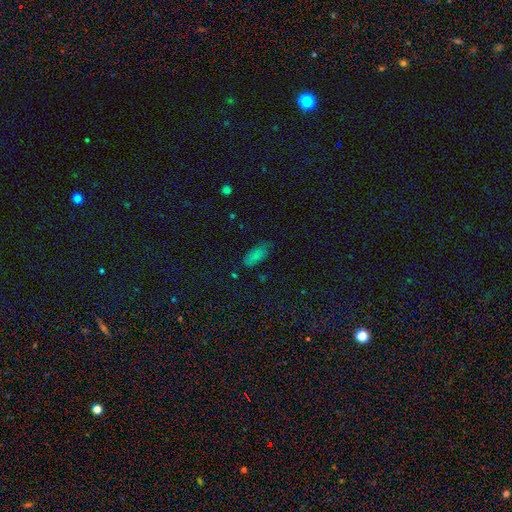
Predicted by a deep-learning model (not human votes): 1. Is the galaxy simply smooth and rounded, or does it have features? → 79% smooth, 14% star or artifact, 7% featured or disk.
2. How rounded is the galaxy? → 87% in between, 10% cigar-shaped, 3% round.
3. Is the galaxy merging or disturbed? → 66% none, 25% minor disturbance, 6% major disturbance, 2% merger.